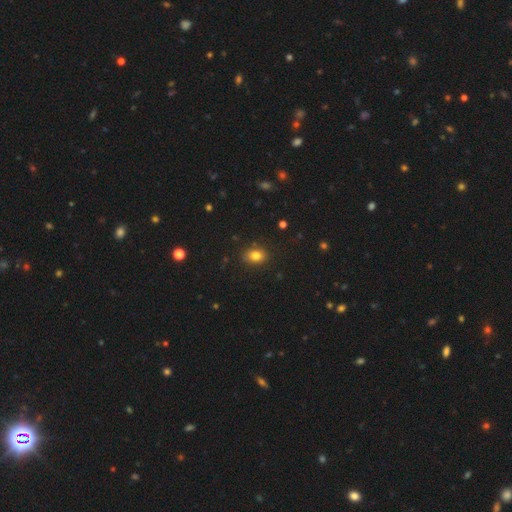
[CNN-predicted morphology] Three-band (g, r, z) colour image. It shows a smooth galaxy with no disk features (82%) that is in between round and cigar-shaped (72%). Merging: none (85%).